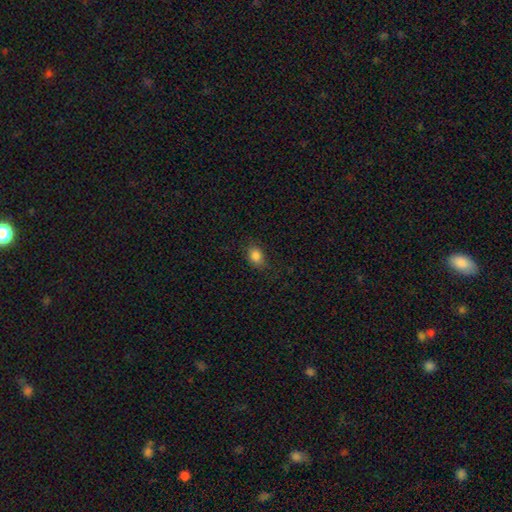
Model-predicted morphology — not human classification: type=smooth (85%); roundness=in between (61%); merging=none (76%).